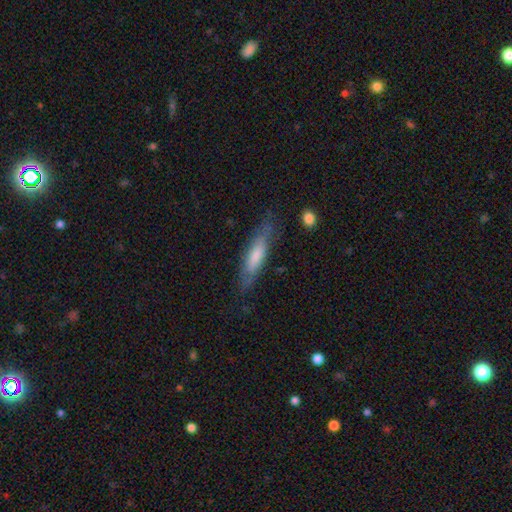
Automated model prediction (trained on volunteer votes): This is possibly a smooth galaxy (58%). How rounded: likely cigar-shaped (77%). Merging: likely none (77%).